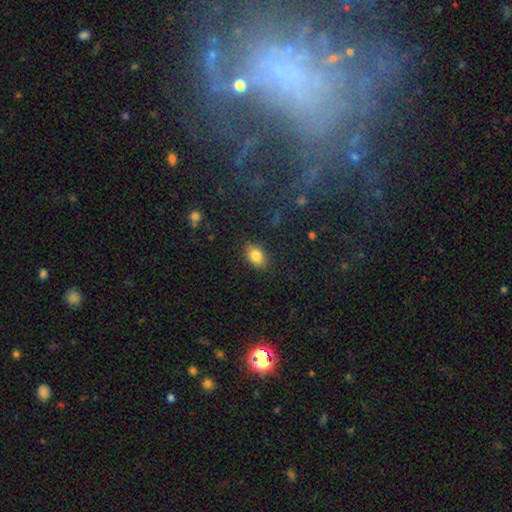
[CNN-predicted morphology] smooth_or_featured: smooth (p=0.82) [alt: star or artifact p=0.09]
how_rounded: in between (p=0.86) [alt: round p=0.12]
merging: none (p=0.86) [alt: minor disturbance p=0.10]